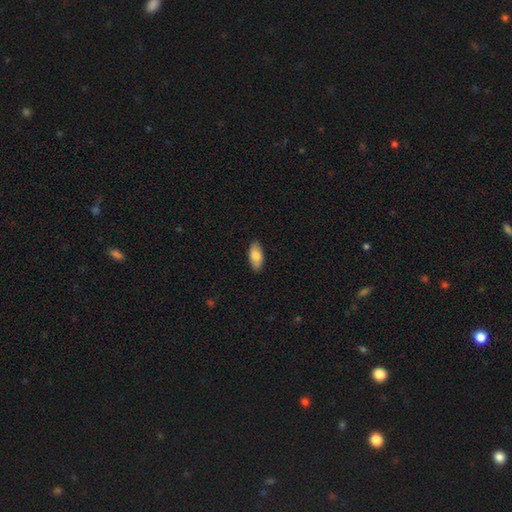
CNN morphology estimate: A smooth galaxy with no disk features (82%) that is in between round and cigar-shaped (91%). Merging: none (88%).